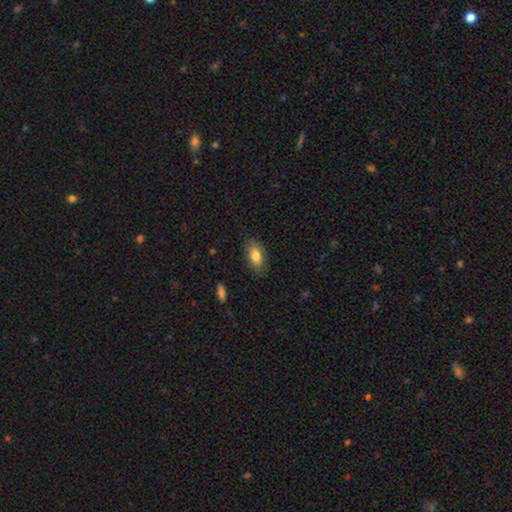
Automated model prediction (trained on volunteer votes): Smooth or featured?
  - smooth: 80% *
  - featured or disk: 13%
  - star or artifact: 7%
How rounded?
  - in between: 88% *
  - cigar-shaped: 7%
  - round: 5%
Merging?
  - none: 83% *
  - minor disturbance: 13%
  - major disturbance: 3%
  - merger: 1%